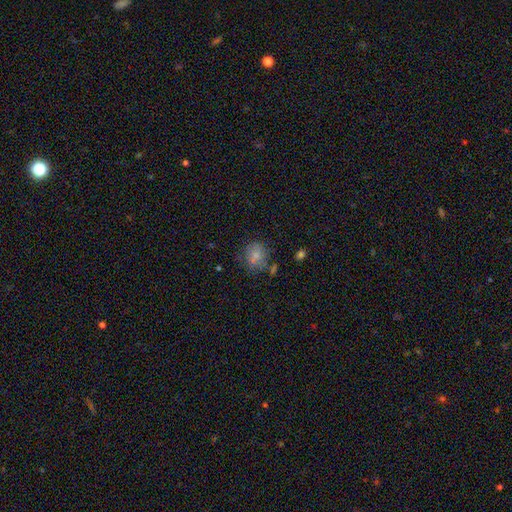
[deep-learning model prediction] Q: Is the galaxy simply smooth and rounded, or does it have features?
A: smooth — 75%.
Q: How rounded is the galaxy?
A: round — 68%.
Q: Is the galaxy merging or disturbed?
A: none — 63%.